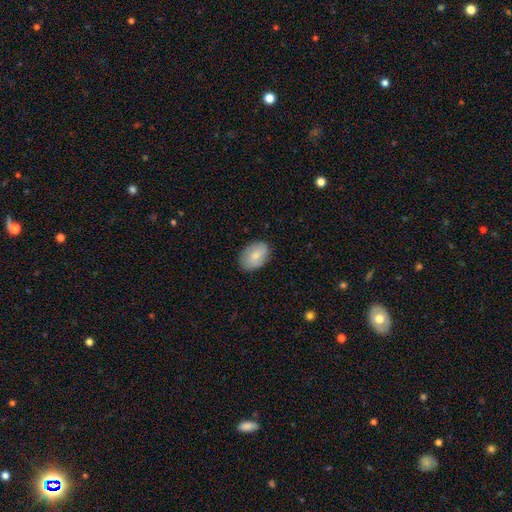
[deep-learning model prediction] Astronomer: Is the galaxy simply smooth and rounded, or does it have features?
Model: smooth — 75%.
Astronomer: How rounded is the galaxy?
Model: in between — 85%.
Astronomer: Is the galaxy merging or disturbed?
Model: none — 82%.